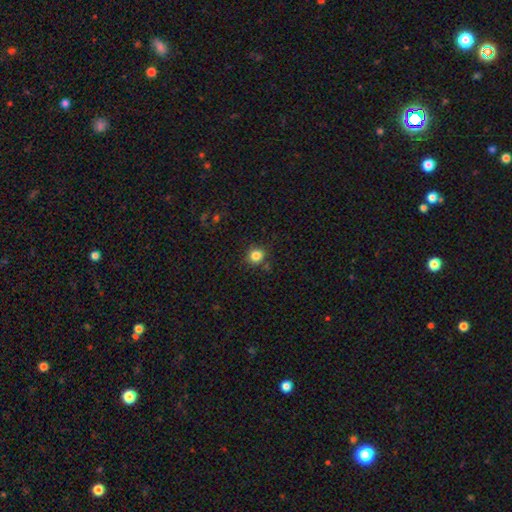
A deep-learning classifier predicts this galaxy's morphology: Smooth or featured? Predicted: smooth (p=0.84). How rounded? Predicted: round (p=0.83). Merging? Predicted: none (p=0.82).